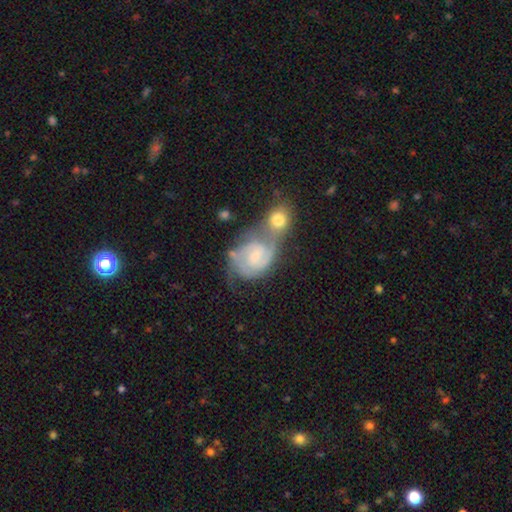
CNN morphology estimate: featured or disk 80%, smooth 14%, star or artifact 7%. Down the decision tree: edge-on disk — no (97%); bar — weak (46%); spiral arms — yes (94%); spiral arm count — 2 (68%); spiral winding — tight (50%); bulge size — small (51%); merging — merger (48%).